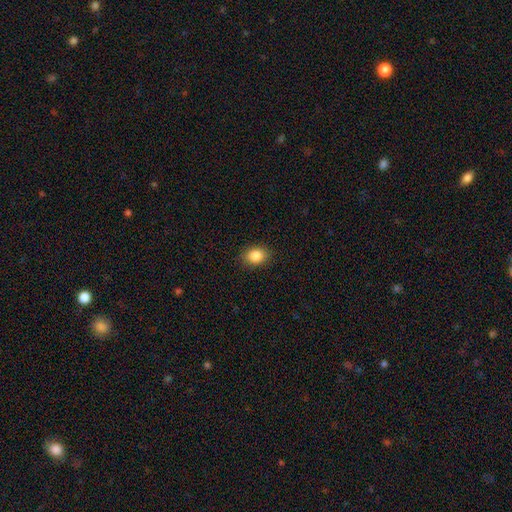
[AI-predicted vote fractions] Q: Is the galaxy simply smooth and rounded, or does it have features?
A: smooth — 86%.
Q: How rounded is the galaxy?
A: in between — 64%.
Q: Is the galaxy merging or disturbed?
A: none — 87%.